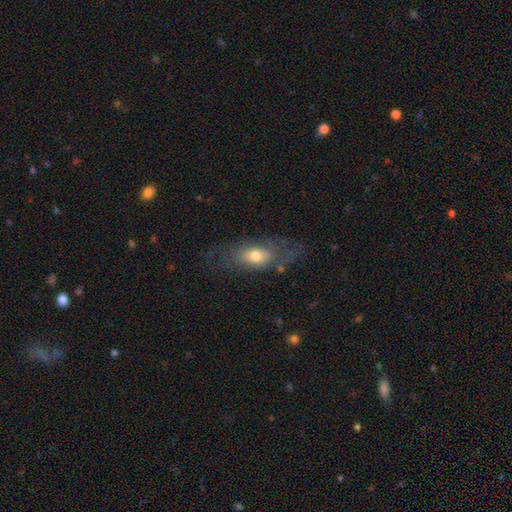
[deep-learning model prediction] Smooth or featured? Predicted: smooth (p=0.57). How rounded? Predicted: in between (p=0.79). Merging? Predicted: none (p=0.55).